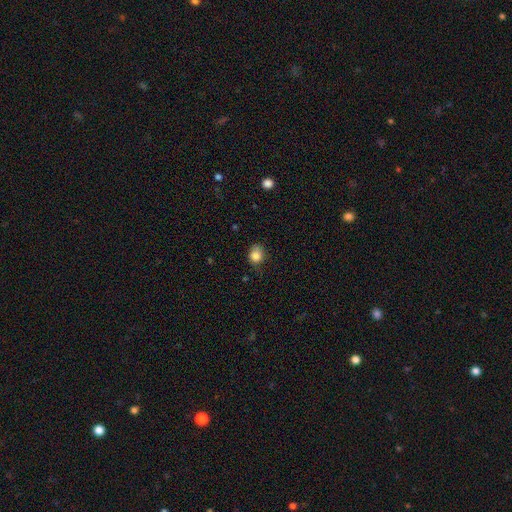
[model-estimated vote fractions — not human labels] A smooth galaxy with no disk features (84%) that is round (63%). Merging: none (62%).